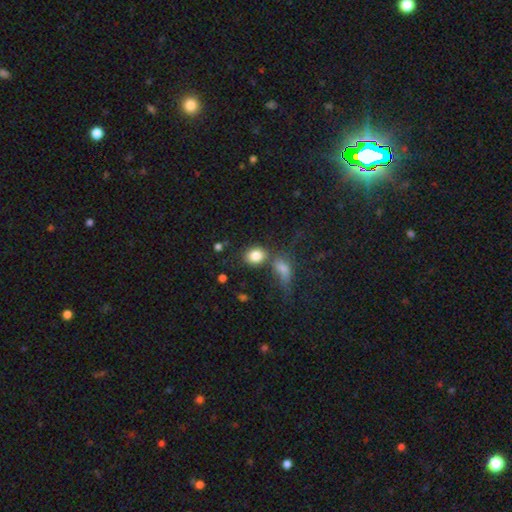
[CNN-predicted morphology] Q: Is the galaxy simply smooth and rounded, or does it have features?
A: smooth — 82%.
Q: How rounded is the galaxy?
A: in between — 50%.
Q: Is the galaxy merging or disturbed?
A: none — 55%.